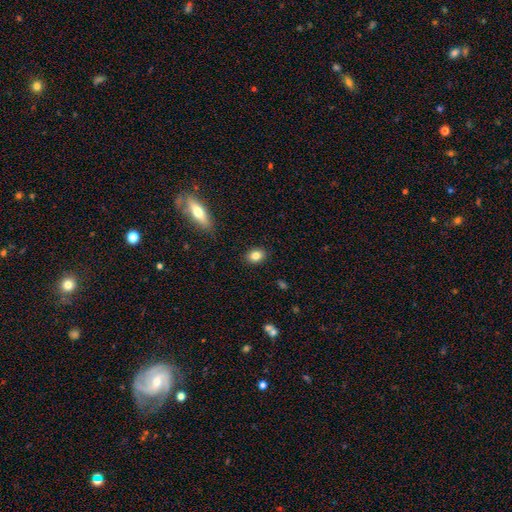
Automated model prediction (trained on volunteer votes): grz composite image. It shows a smooth galaxy with no disk features (84%) that is in between round and cigar-shaped (63%). Merging: none (89%).